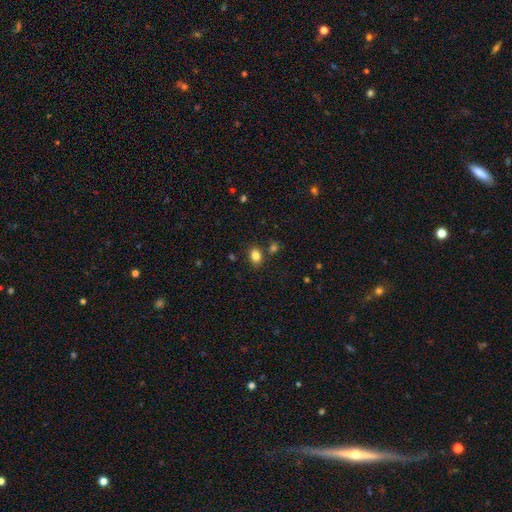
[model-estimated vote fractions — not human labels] A smooth galaxy with no disk features (83%) that is in between round and cigar-shaped (72%). Merging: none (78%).